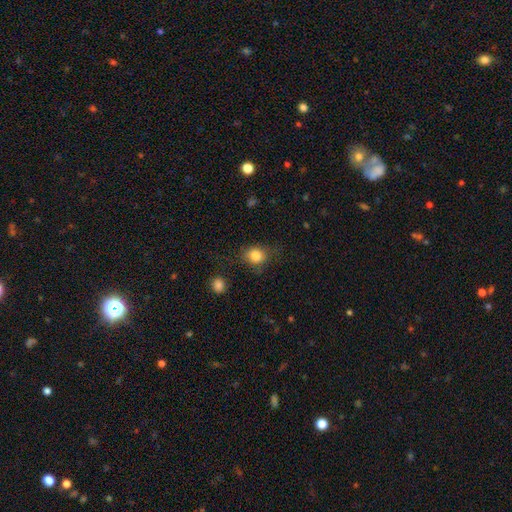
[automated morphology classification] Overall: smooth (83%). How rounded: round (69%; in between 30%). Merging: none (73%).